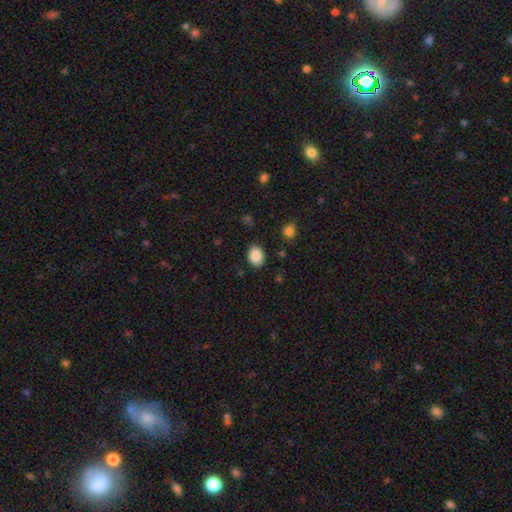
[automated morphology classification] A smooth galaxy with no disk features (88%) that is in between round and cigar-shaped (63%).

Vote fractions:
- Smooth or featured? smooth: 88% / star or artifact: 8% / featured or disk: 4%
- How rounded? in between: 63% / round: 36% / cigar-shaped: 1%
- Merging? none: 85% / minor disturbance: 11% / major disturbance: 3% / merger: 2%